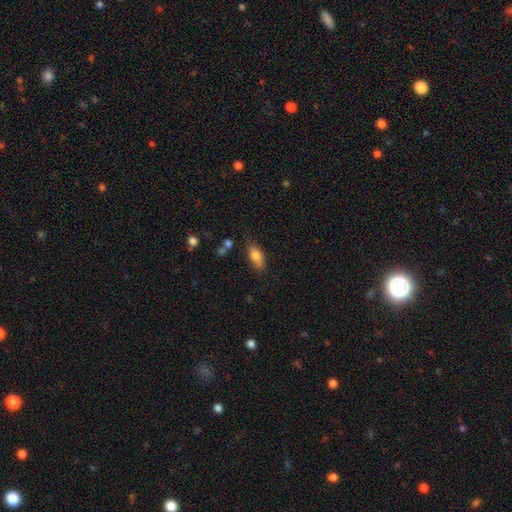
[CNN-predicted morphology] This is likely a smooth galaxy (77%). How rounded: clearly in between (81%). Merging: likely none (72%).